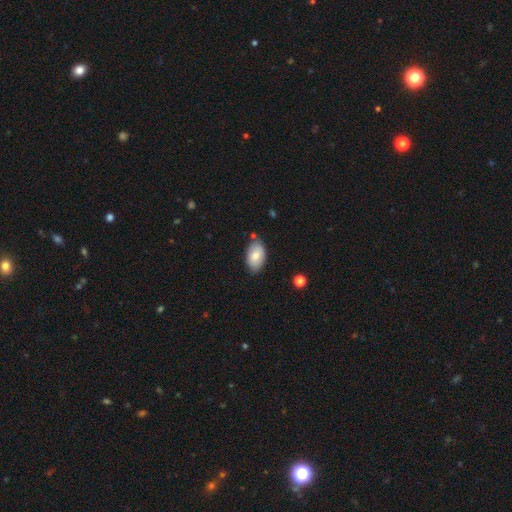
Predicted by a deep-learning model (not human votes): Smooth or featured?
  - smooth: 77% *
  - featured or disk: 16%
  - star or artifact: 7%
How rounded?
  - in between: 93% *
  - round: 5%
  - cigar-shaped: 1%
Merging?
  - none: 77% *
  - minor disturbance: 17%
  - merger: 3%
  - major disturbance: 3%